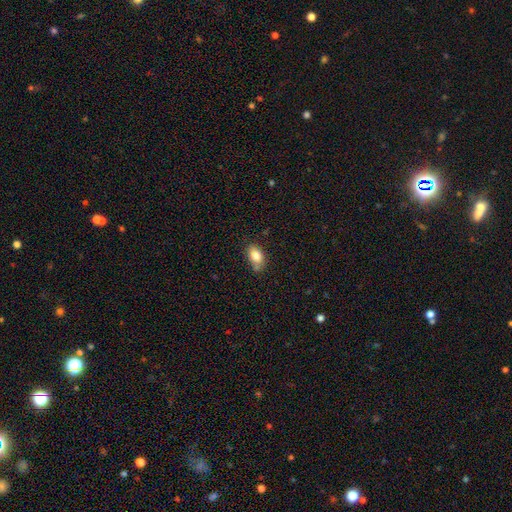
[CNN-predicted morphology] A smooth galaxy with no disk features (82%) that is in between round and cigar-shaped (87%).

Vote fractions:
- Smooth or featured? smooth: 82% / featured or disk: 10% / star or artifact: 8%
- How rounded? in between: 87% / round: 11% / cigar-shaped: 3%
- Merging? none: 68% / minor disturbance: 21% / merger: 7% / major disturbance: 4%